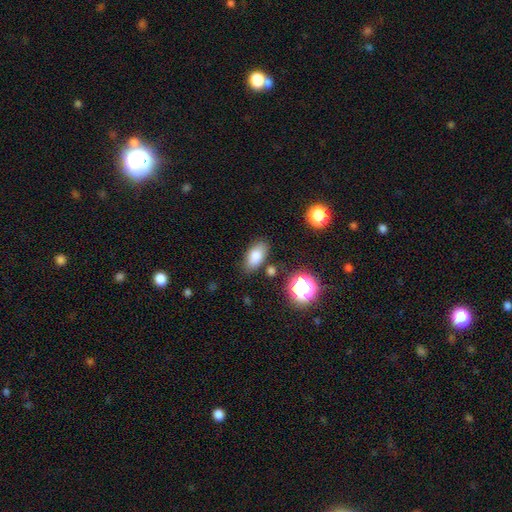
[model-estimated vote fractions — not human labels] The model was most divided on "merging": none: 79%, minor disturbance: 13%, merger: 5%, major disturbance: 3%. More confident: how rounded — in between (90%); smooth or featured — smooth (80%).